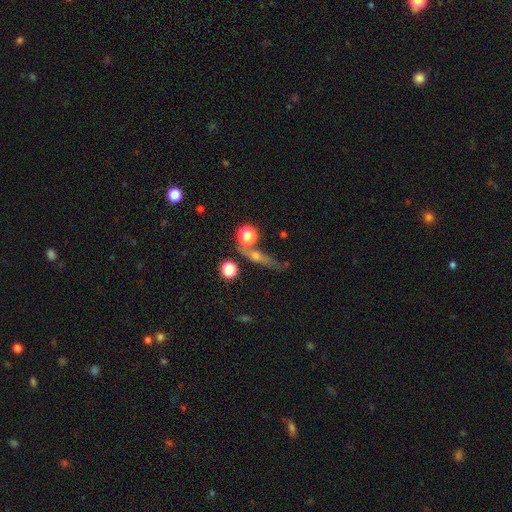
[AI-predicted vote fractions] Q: Smooth or featured?
A: smooth (40%); tied with: featured or disk (40%)
Q: Merging?
A: none (66%); runner-up: minor disturbance (14%)